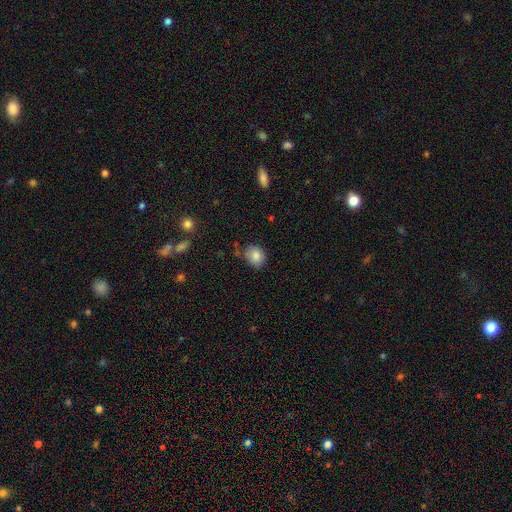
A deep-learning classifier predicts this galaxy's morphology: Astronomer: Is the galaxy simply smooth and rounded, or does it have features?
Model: smooth — 85%.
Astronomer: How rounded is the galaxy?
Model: round — 63%.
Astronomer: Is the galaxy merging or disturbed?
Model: none — 71%.